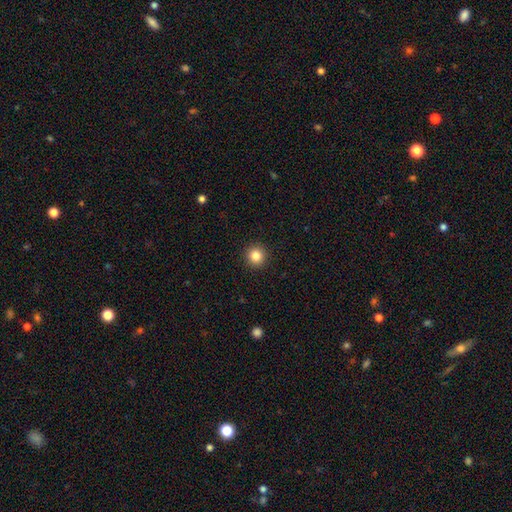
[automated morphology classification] Smooth or featured?
  - smooth: 84% *
  - star or artifact: 11%
  - featured or disk: 5%
How rounded?
  - round: 94% *
  - in between: 5%
  - cigar-shaped: 1%
Merging?
  - none: 93% *
  - minor disturbance: 5%
  - major disturbance: 2%
  - merger: 1%